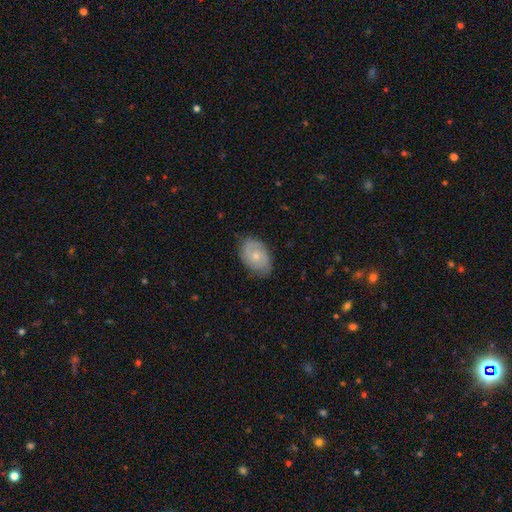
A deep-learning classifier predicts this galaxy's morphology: This appears to be a featured or disk galaxy (49%). Merging: none (74%).